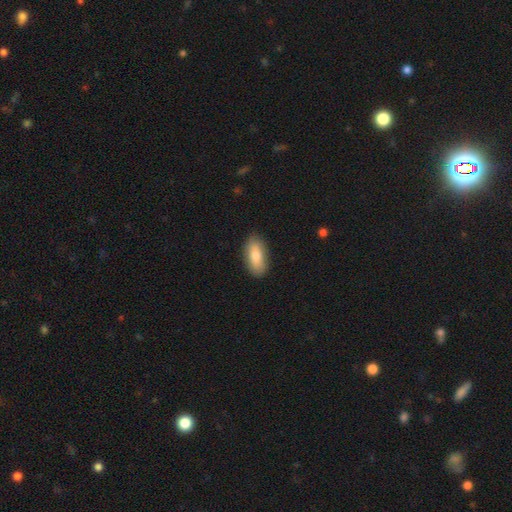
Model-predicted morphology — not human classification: This appears to be a smooth galaxy with no disk features (79%) that is in between round and cigar-shaped (85%). Merging: none (86%).